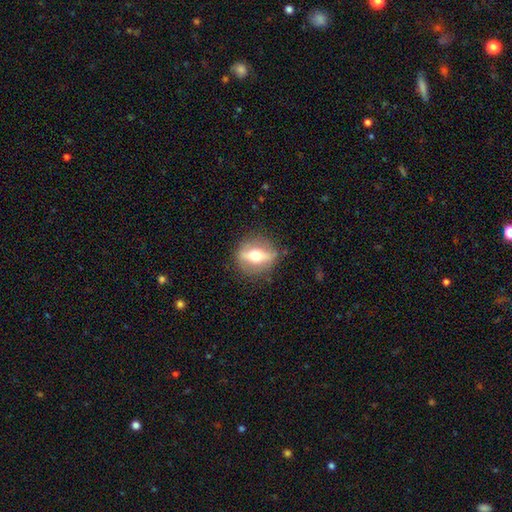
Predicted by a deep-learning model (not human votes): Smooth or featured?
  - featured or disk: 62% *
  - smooth: 30%
  - star or artifact: 7%
Edge-on disk?
  - yes: 58% *
  - no: 42%
Merging?
  - none: 82% *
  - minor disturbance: 12%
  - major disturbance: 5%
  - merger: 1%